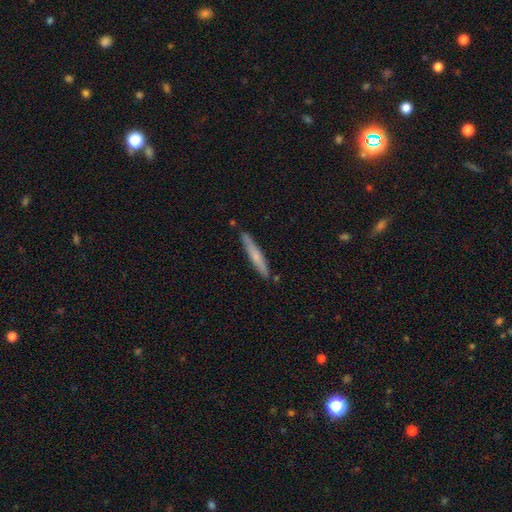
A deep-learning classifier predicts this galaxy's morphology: Smooth or featured?
  - smooth: 61% *
  - featured or disk: 33%
  - star or artifact: 6%
How rounded?
  - cigar-shaped: 94% *
  - in between: 5%
  - round: 1%
Merging?
  - none: 85% *
  - minor disturbance: 10%
  - merger: 3%
  - major disturbance: 2%